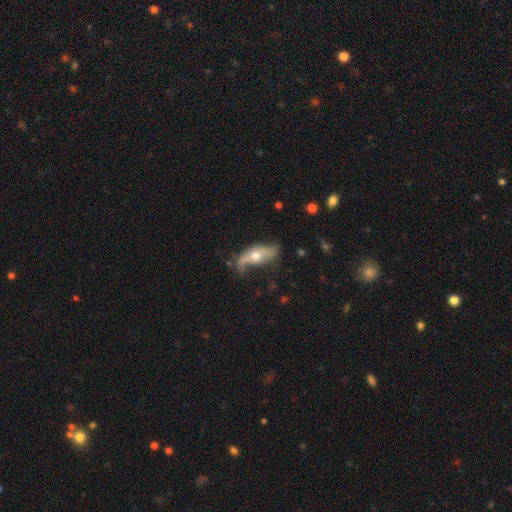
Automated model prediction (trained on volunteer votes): Overall: featured or disk (57%; smooth 37%). Edge-on disk: no (72%). Merging: none (45%; minor disturbance 33%).